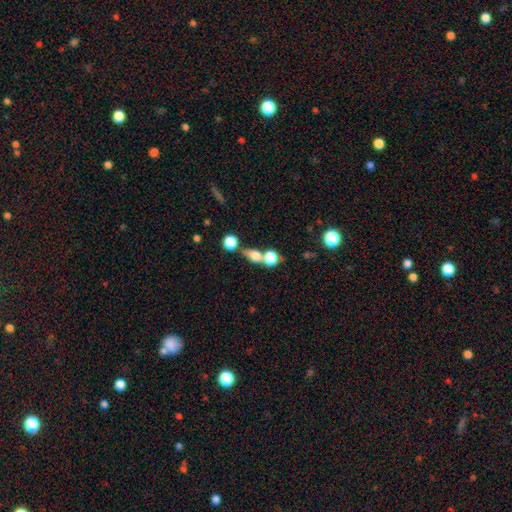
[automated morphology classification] This is likely a smooth galaxy (70%). How rounded: possibly round (48%). Merging: marginally merger (44%).